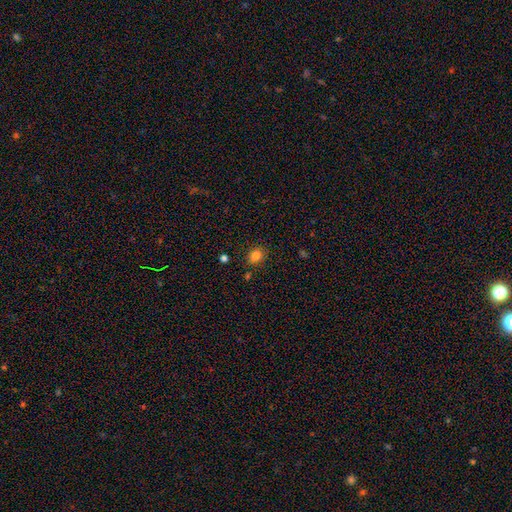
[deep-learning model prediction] A smooth galaxy with no disk features (81%) that is round (53%).

Vote fractions:
- Smooth or featured? smooth: 81% / star or artifact: 13% / featured or disk: 6%
- How rounded? round: 53% / in between: 46% / cigar-shaped: 1%
- Merging? none: 81% / minor disturbance: 12% / merger: 3% / major disturbance: 3%